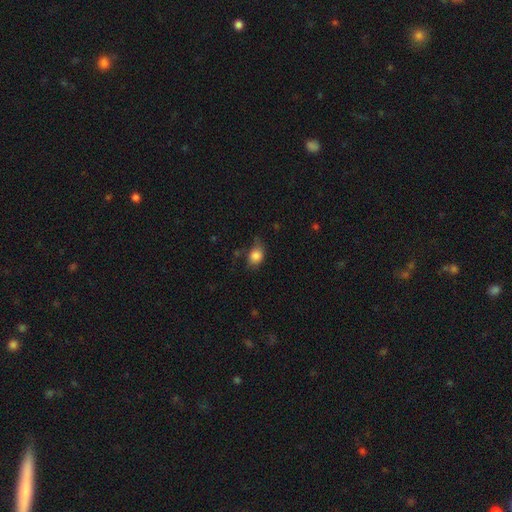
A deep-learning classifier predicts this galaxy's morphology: Smooth or featured? Predicted: smooth (p=0.84). How rounded? Predicted: in between (p=0.62). Merging? Predicted: none (p=0.53).